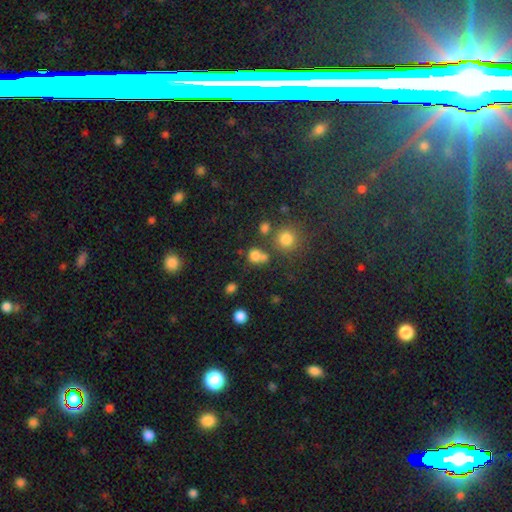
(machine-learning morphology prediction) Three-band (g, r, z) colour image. It shows a smooth galaxy with no disk features (75%) that is round (75%). Merging: none (51%).